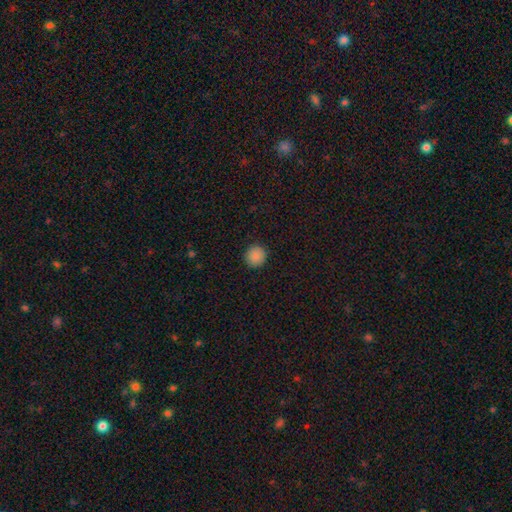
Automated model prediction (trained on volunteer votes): Smooth or featured: smooth — 88% (star or artifact — 9%)
How rounded: round — 92% (in between — 7%)
Merging: none — 92% (minor disturbance — 5%)